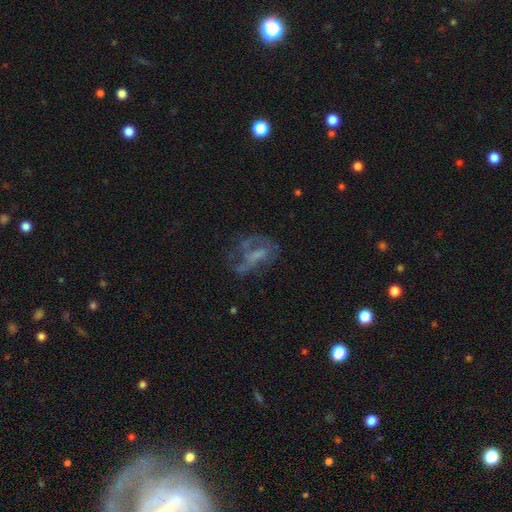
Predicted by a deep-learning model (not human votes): smooth-or-featured: featured or disk: 61% | smooth: 23% | star or artifact: 16%
  disk-edge-on: no: 96% | yes: 4%
    bar: no: 61% | weak: 29% | strong: 10%
    has-spiral-arms: no: 51% | yes: 49%
    bulge-size: none: 56% | small: 21% | moderate: 18% | large: 4% | dominant: 1%
  merging: major disturbance: 39% (tied) | none: 39% (tied) | minor disturbance: 18% | merger: 5%